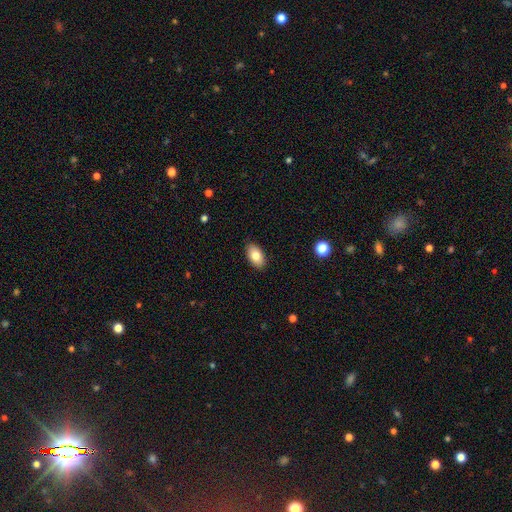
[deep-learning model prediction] Overall: smooth (81%). How rounded: in between (93%). Merging: none (89%).